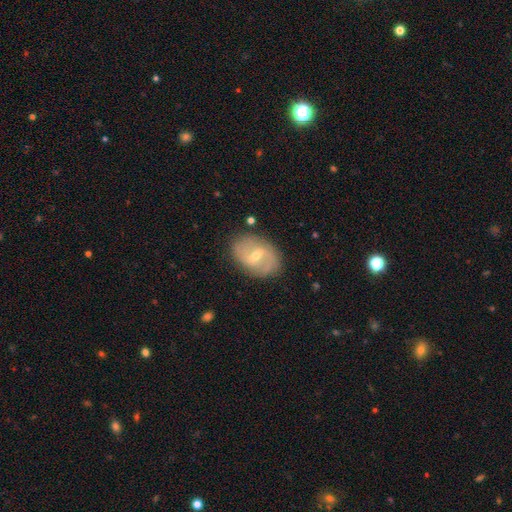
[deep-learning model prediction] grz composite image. It shows a featured or disk galaxy (72%) with a weak bar (55%), 2 (82%) medium (42%) spiral arms (80%) and a small central bulge (53%). Merging: none (81%).